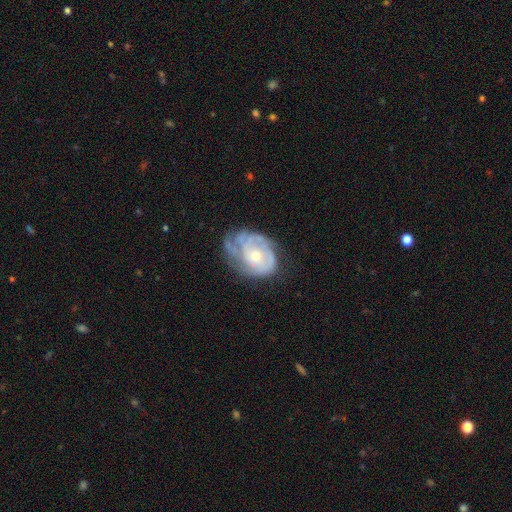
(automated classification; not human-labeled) Overall: featured or disk (75%). Edge-on disk: no (97%). Bar: no (80%). Spiral arms: yes (79%). Spiral arm count: can't tell (49%; 2 17%). Spiral winding: tight (62%; medium 27%). Bulge size: small (55%; moderate 42%). Merging: none (44%; minor disturbance 31%).